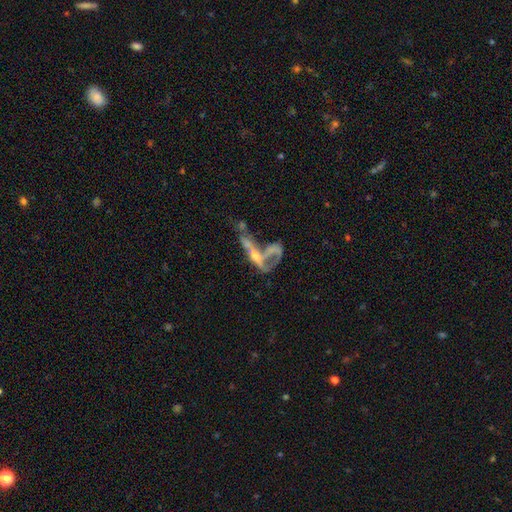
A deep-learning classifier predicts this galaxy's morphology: This appears to be a featured or disk galaxy (65%) with no bar (78%), no spiral arms (69%) and a moderate central bulge (36%, tied with small). Merging: merger (45%).